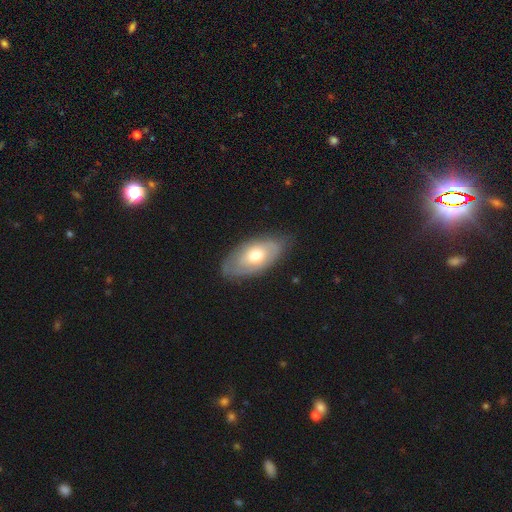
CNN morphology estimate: A smooth galaxy with no disk features (54%) that is in between round and cigar-shaped (92%). Merging: none (75%).